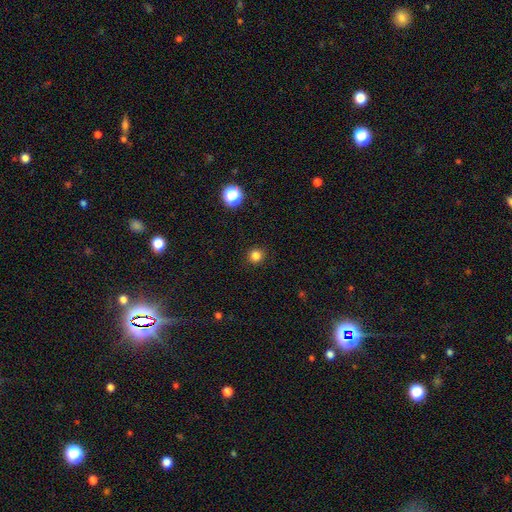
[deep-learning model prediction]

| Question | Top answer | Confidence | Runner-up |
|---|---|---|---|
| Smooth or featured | smooth | 83% | star or artifact (13%) |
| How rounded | round | 93% | in between (6%) |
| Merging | none | 91% | minor disturbance (6%) |